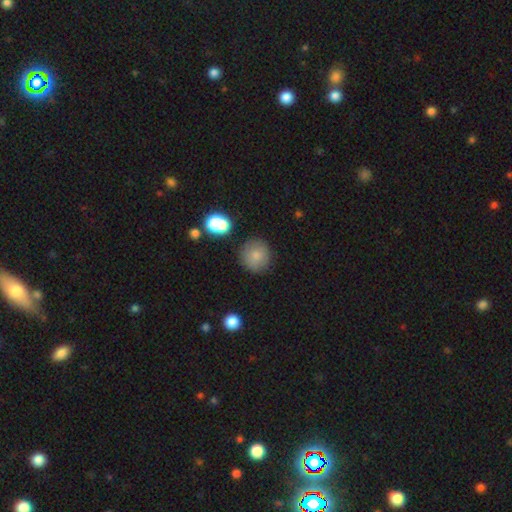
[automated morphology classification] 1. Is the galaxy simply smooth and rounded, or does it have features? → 79% smooth, 11% featured or disk, 10% star or artifact.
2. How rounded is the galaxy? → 91% round, 8% in between, 1% cigar-shaped.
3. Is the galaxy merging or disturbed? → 83% none, 11% minor disturbance, 3% major disturbance, 3% merger.